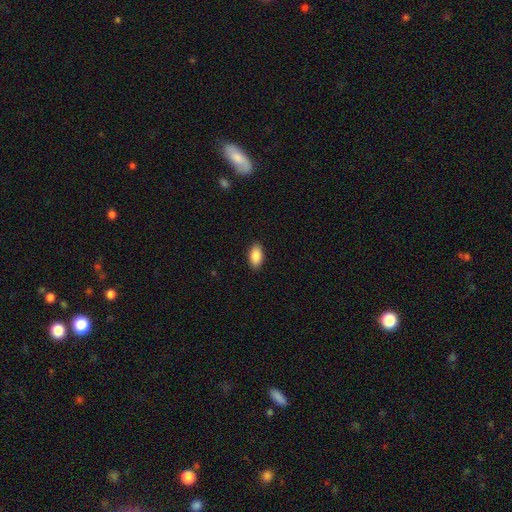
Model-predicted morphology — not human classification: Smooth or featured?
  - smooth: 89% *
  - star or artifact: 7%
  - featured or disk: 5%
How rounded?
  - in between: 94% *
  - round: 3%
  - cigar-shaped: 3%
Merging?
  - none: 90% *
  - minor disturbance: 7%
  - major disturbance: 2%
  - merger: 1%